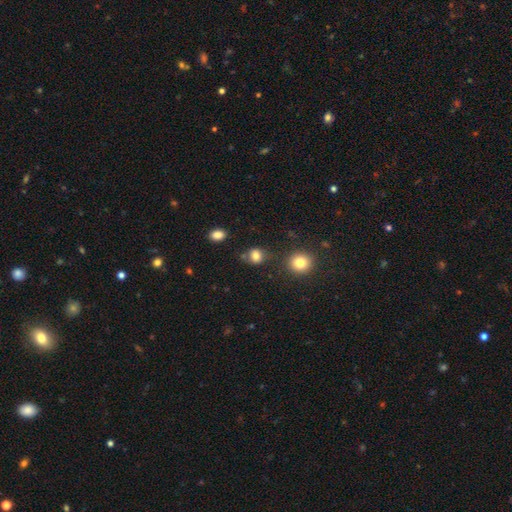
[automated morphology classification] Smooth or featured? smooth (79%)
How rounded? round (69%)
Merging? none (71%)